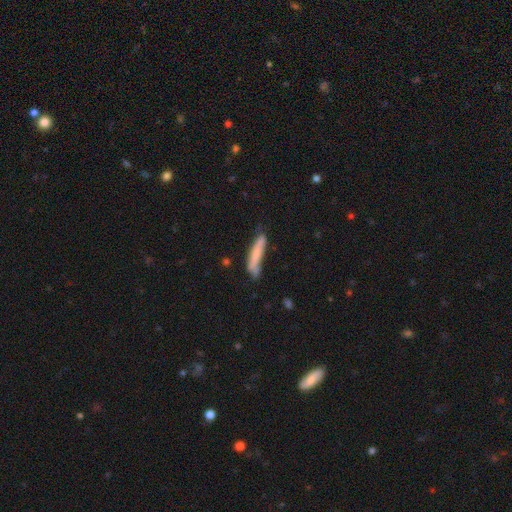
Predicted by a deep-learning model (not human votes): Overall: smooth (73%). How rounded: cigar-shaped (88%). Merging: none (57%; minor disturbance 29%).